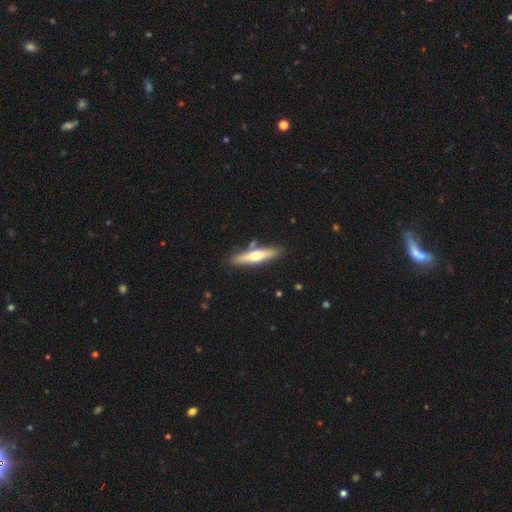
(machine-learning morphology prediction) This appears to be a featured or disk galaxy (49%). Merging: none (84%).